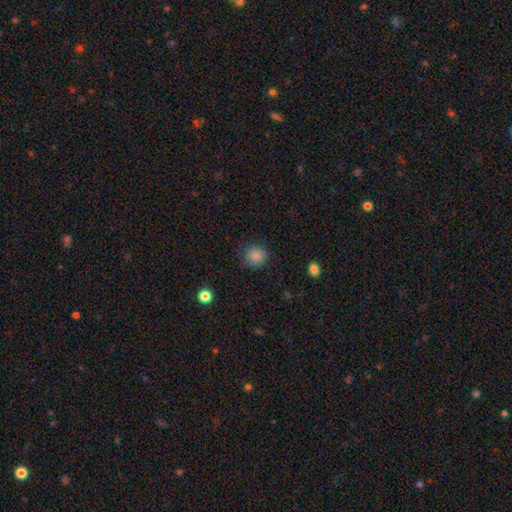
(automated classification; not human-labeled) Smooth or featured?
  - smooth: 86% *
  - star or artifact: 10%
  - featured or disk: 4%
How rounded?
  - round: 88% *
  - in between: 11%
  - cigar-shaped: 1%
Merging?
  - none: 84% *
  - minor disturbance: 12%
  - major disturbance: 3%
  - merger: 1%